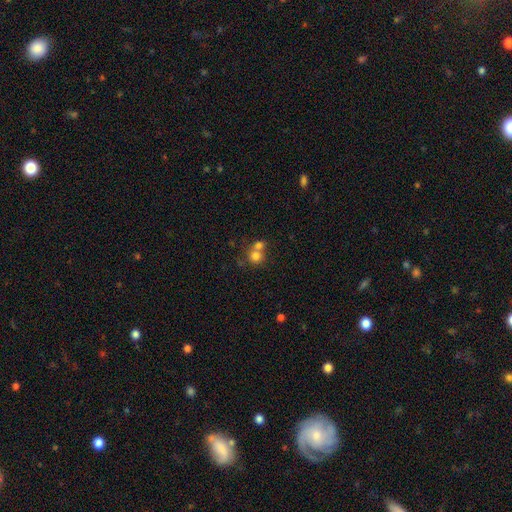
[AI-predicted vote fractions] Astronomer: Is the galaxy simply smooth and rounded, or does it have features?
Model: smooth — 76%.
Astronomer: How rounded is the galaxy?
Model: round — 87%.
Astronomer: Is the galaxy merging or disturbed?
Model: merger — 49% (runner-up: none, 42%).